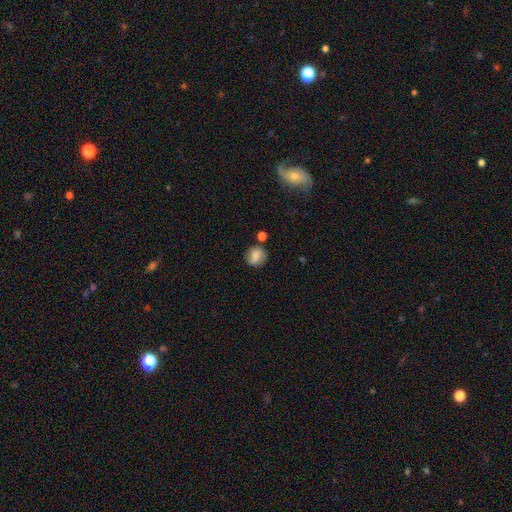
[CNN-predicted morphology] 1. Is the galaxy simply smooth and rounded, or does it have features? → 76% smooth, 14% featured or disk, 10% star or artifact.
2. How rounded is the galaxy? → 82% round, 17% in between, 1% cigar-shaped.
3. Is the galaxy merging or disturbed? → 73% none, 16% minor disturbance, 7% merger, 4% major disturbance.